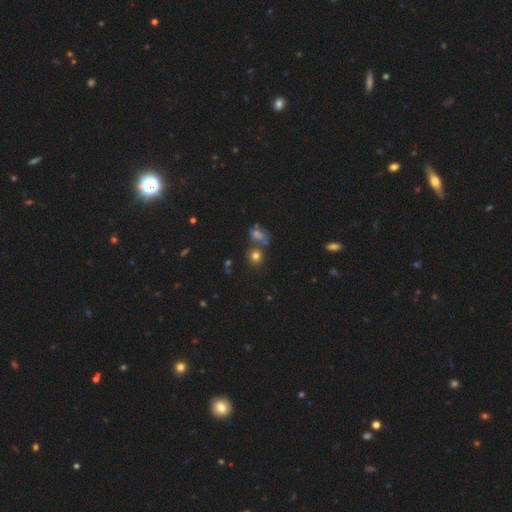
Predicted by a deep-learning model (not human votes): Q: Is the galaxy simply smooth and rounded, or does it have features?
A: smooth — 72%.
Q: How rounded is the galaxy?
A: round — 81%.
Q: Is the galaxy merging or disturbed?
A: none — 65%.